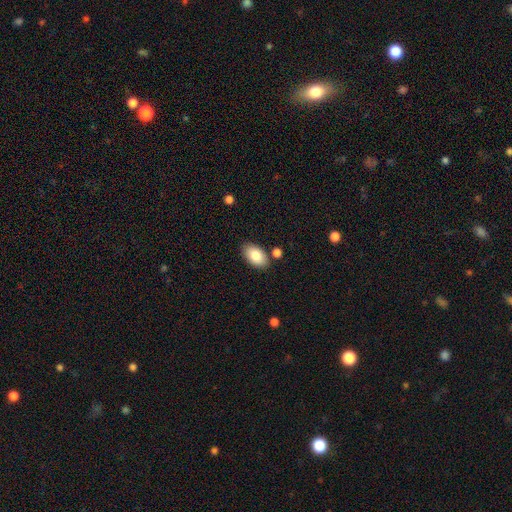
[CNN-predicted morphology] Smooth or featured: smooth — 85% (featured or disk — 8%)
How rounded: in between — 94% (round — 5%)
Merging: none — 81% (minor disturbance — 11%)